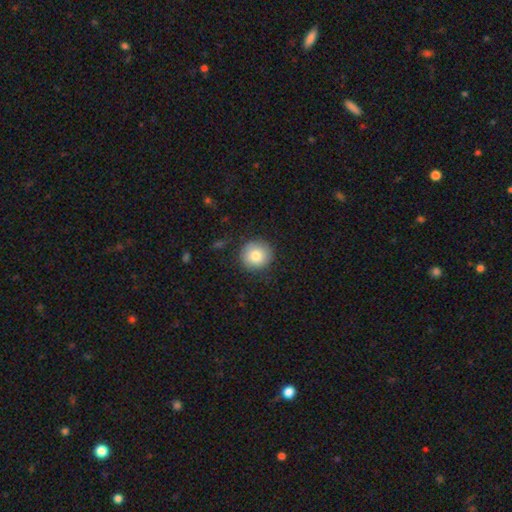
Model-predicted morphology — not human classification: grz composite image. It shows a smooth galaxy with no disk features (82%) that is round (93%). Merging: none (88%).